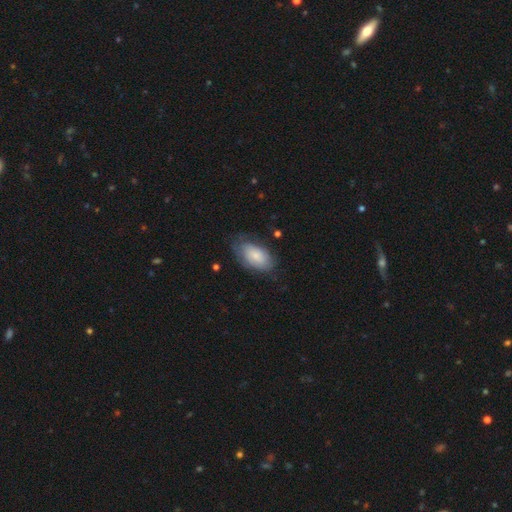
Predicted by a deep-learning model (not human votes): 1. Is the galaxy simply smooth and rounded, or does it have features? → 69% smooth, 24% featured or disk, 7% star or artifact.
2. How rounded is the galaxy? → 94% in between, 4% round, 2% cigar-shaped.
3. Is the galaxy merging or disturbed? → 61% none, 27% minor disturbance, 10% major disturbance, 2% merger.